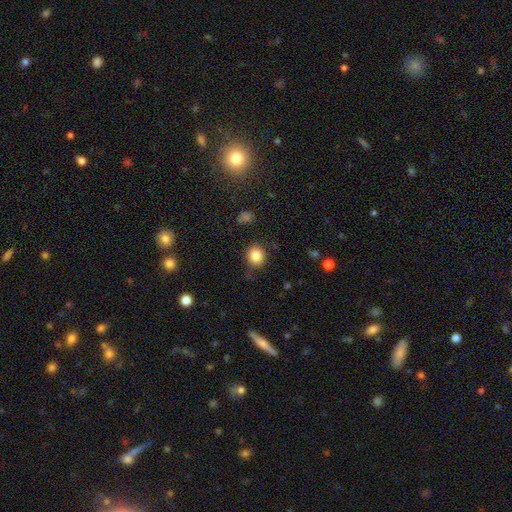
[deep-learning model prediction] smooth 84%, star or artifact 10%, featured or disk 6%. Down the decision tree: how rounded — round (80%); merging — none (83%).